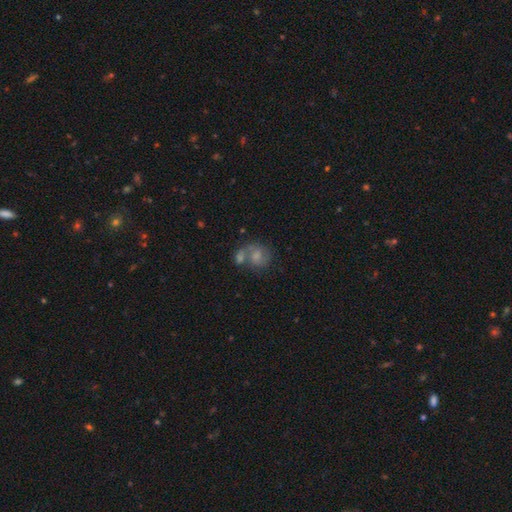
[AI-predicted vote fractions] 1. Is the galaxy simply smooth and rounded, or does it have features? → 49% smooth, 39% featured or disk, 12% star or artifact.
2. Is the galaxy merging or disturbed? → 44% merger, 34% none, 13% minor disturbance, 9% major disturbance.